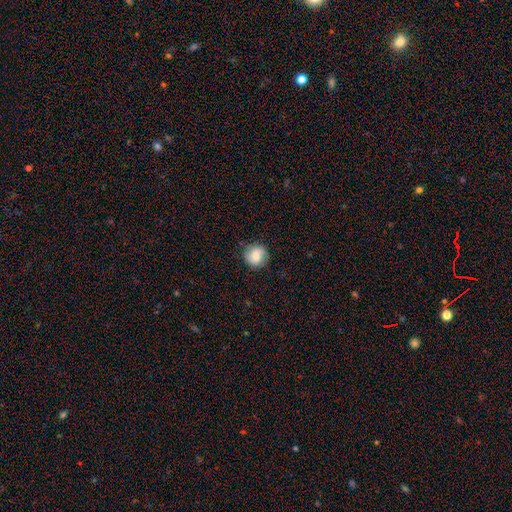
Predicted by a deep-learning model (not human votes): Smooth or featured?
  - smooth: 66% *
  - featured or disk: 26%
  - star or artifact: 8%
How rounded?
  - round: 89% *
  - in between: 10%
  - cigar-shaped: 1%
Merging?
  - none: 83% *
  - minor disturbance: 12%
  - major disturbance: 3%
  - merger: 1%